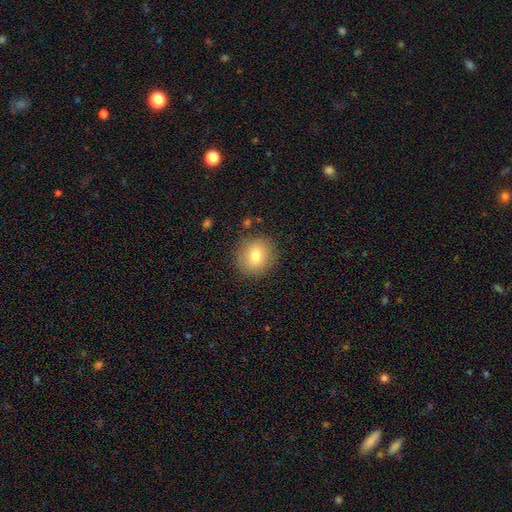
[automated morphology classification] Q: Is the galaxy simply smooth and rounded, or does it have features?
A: smooth — 78%.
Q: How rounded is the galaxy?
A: round — 86%.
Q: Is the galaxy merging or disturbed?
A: none — 88%.